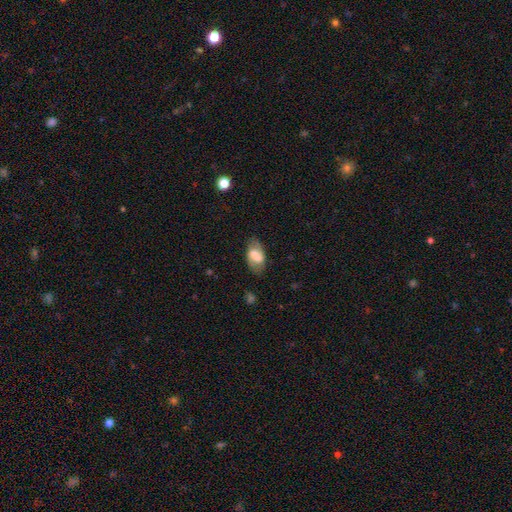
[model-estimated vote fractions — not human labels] Smooth or featured: smooth — 51% (featured or disk — 41%)
How rounded: in between — 90% (round — 6%)
Merging: none — 74% (minor disturbance — 18%)